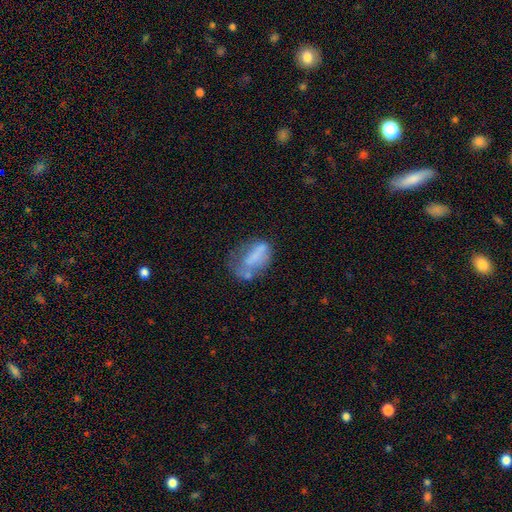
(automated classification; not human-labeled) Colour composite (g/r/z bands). It shows a smooth galaxy with no disk features (58%) that is in between round and cigar-shaped (83%). Merging: major disturbance (30%).